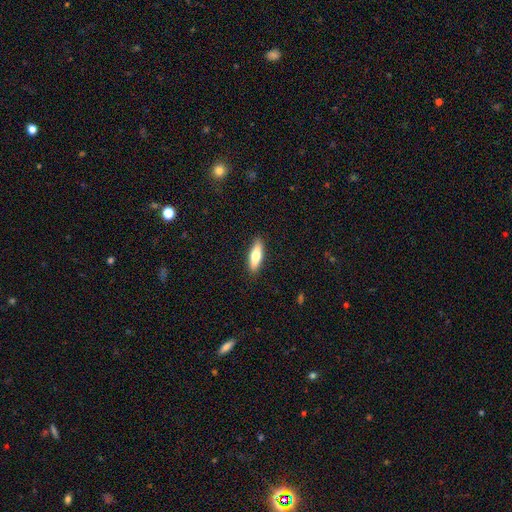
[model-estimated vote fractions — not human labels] Overall: smooth (69%). How rounded: cigar-shaped (50%; in between 48%). Merging: none (90%).